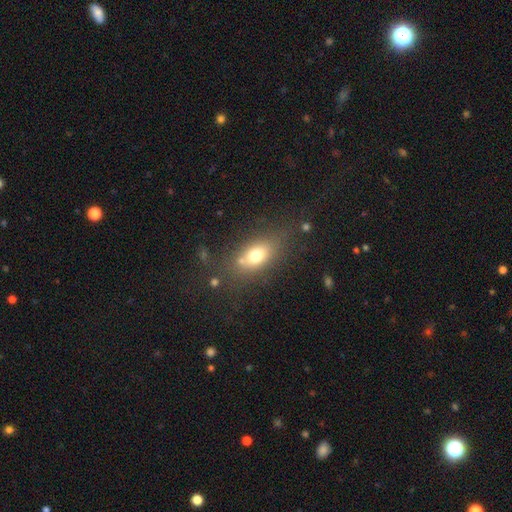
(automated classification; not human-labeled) Smooth or featured?
  - smooth: 71% *
  - featured or disk: 18%
  - star or artifact: 11%
How rounded?
  - in between: 76% *
  - round: 15%
  - cigar-shaped: 9%
Merging?
  - none: 68% *
  - minor disturbance: 17%
  - major disturbance: 8%
  - merger: 8%